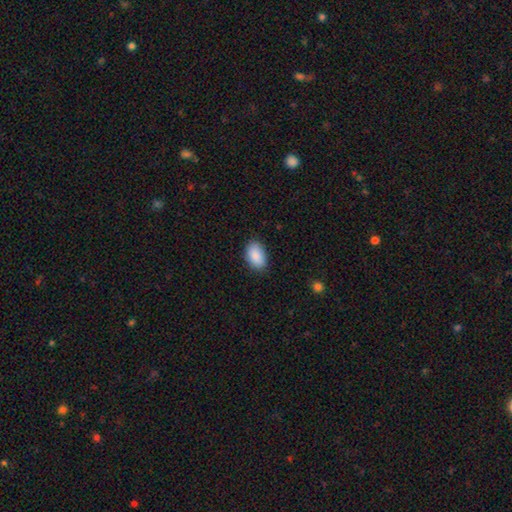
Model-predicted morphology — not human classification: This appears to be a smooth galaxy with no disk features (89%) that is in between round and cigar-shaped (91%). Merging: none (85%).